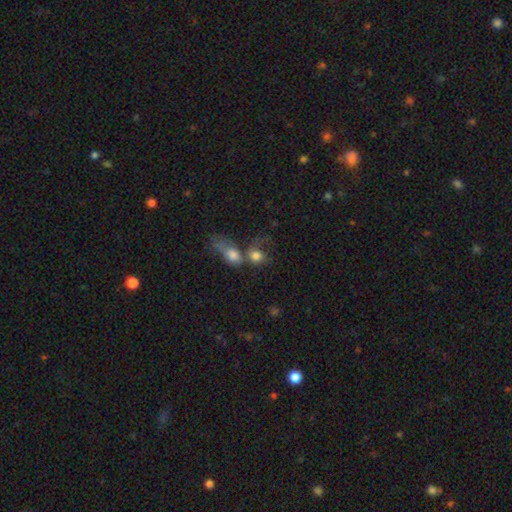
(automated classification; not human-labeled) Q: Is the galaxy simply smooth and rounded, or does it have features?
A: smooth — 72%.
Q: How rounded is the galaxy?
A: round — 58%.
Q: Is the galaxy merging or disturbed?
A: merger — 64%.